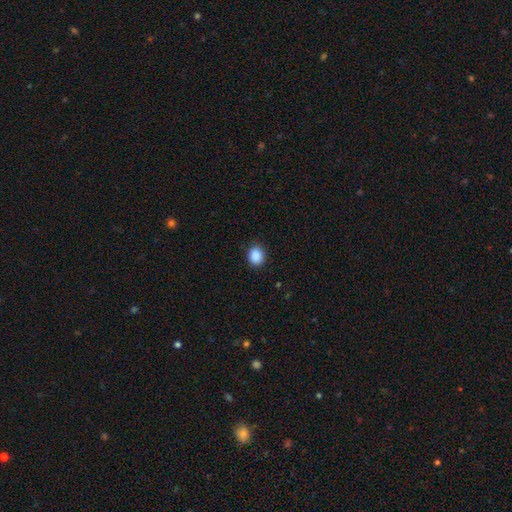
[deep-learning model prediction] A smooth galaxy with no disk features (89%) that is round (60%). Merging: none (86%).